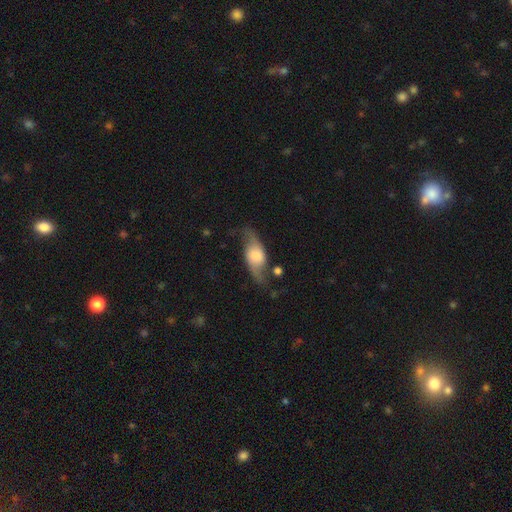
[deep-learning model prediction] The model was most divided on "smooth or featured": featured or disk: 59%, smooth: 34%, star or artifact: 7%. More confident: edge-on disk — no (80%); merging — none (63%).